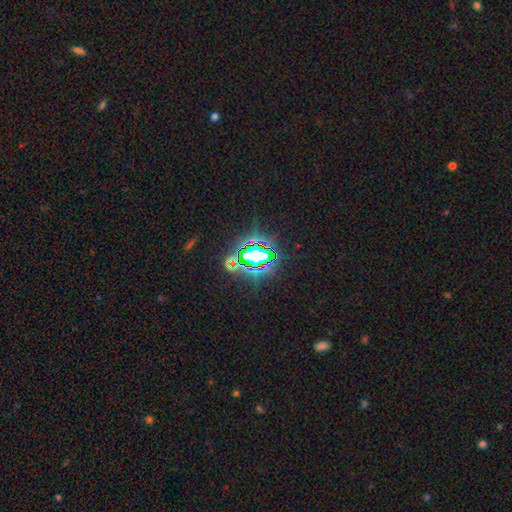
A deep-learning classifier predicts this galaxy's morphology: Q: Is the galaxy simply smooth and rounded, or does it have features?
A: star or artifact — 76%.